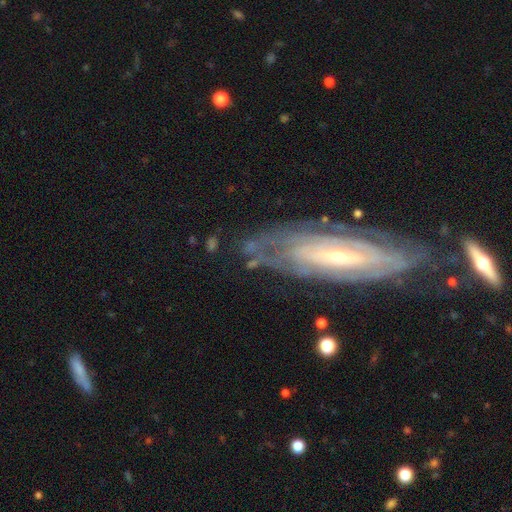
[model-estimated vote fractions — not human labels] featured or disk 77%, smooth 15%, star or artifact 8%. Down the decision tree: edge-on disk — no (83%); bar — no (52%); spiral arms — yes (85%); spiral arm count — can't tell (55%); spiral winding — tight (70%); bulge size — small (72%); merging — none (69%).